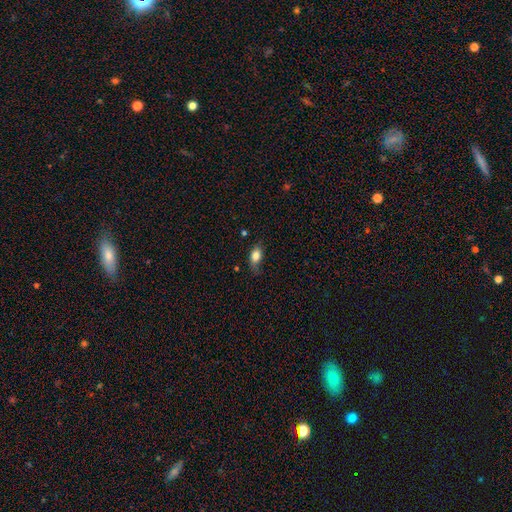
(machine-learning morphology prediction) A smooth galaxy with no disk features (81%) that is in between round and cigar-shaped (84%).

Vote fractions:
- Smooth or featured? smooth: 81% / featured or disk: 11% / star or artifact: 8%
- How rounded? in between: 84% / round: 11% / cigar-shaped: 6%
- Merging? none: 65% / minor disturbance: 26% / major disturbance: 7% / merger: 2%